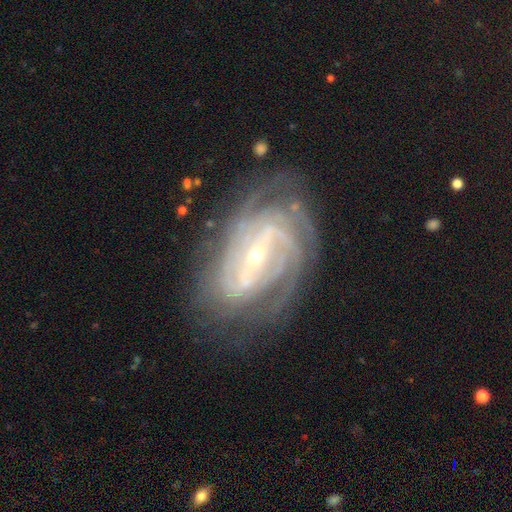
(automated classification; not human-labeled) Smooth or featured? Predicted: featured or disk (p=0.90). Edge-on disk? Predicted: no (p=0.95). Bar? Predicted: strong (p=0.54). Spiral arms? Predicted: yes (p=0.97). Spiral winding? Predicted: tight (p=0.66). Spiral arm count? Predicted: can't tell (p=0.26). Bulge size? Predicted: small (p=0.71). Merging? Predicted: none (p=0.72).